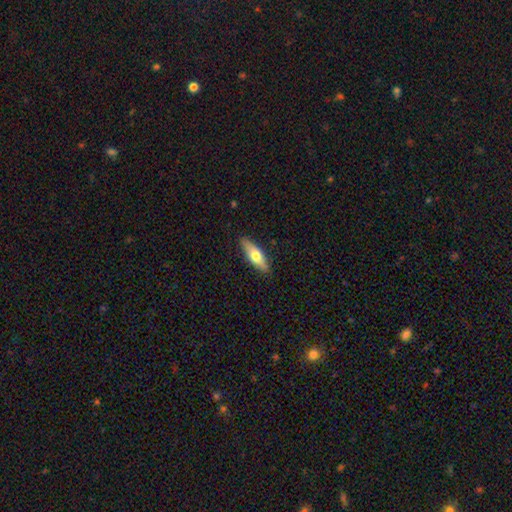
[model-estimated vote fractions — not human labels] smooth-or-featured: smooth: 59% | featured or disk: 35% | star or artifact: 6%
  how-rounded: in between: 50% | cigar-shaped: 47% | round: 2%
  merging: none: 88% | minor disturbance: 9% | major disturbance: 2% | merger: 1%